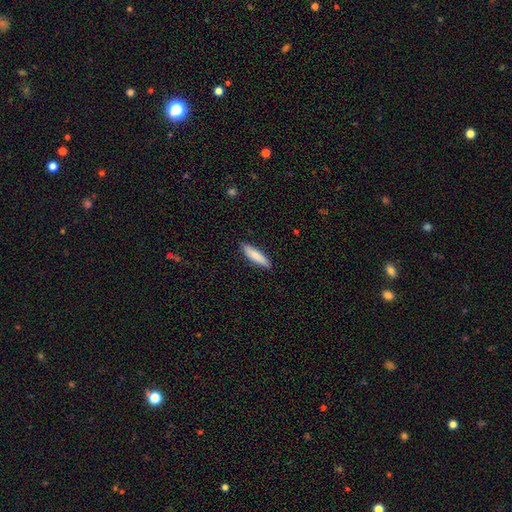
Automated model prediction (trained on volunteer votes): A smooth galaxy with no disk features (82%) that is cigar-shaped (73%). Merging: none (87%).